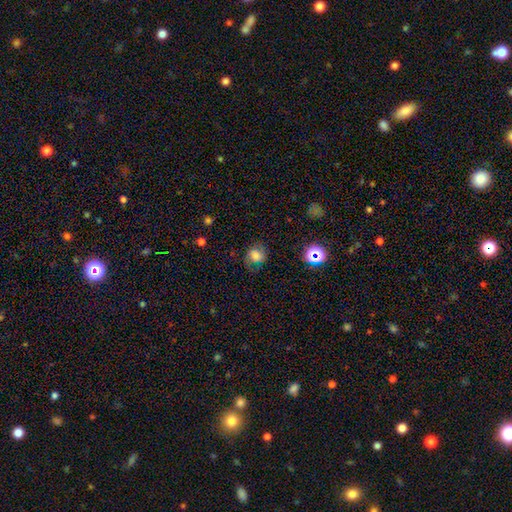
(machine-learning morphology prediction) Smooth or featured? Predicted: smooth (p=0.46). Merging? Predicted: none (p=0.66).